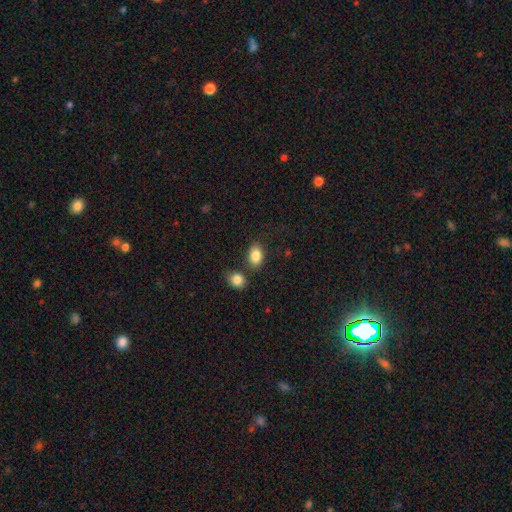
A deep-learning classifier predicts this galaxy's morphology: type=smooth (85%); roundness=in between (83%); merging=none (73%).